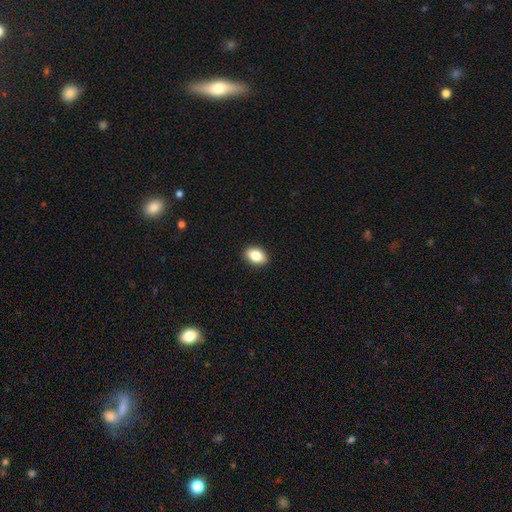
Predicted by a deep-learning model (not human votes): This appears to be a smooth galaxy with no disk features (85%) that is in between round and cigar-shaped (83%). Merging: none (91%).